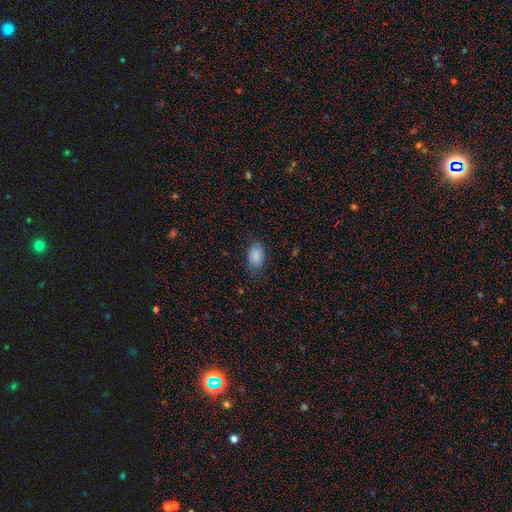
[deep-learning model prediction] Q: Smooth or featured?
A: smooth (87%); runner-up: star or artifact (8%)
Q: How rounded?
A: in between (89%); runner-up: round (10%)
Q: Merging?
A: none (72%); runner-up: minor disturbance (22%)